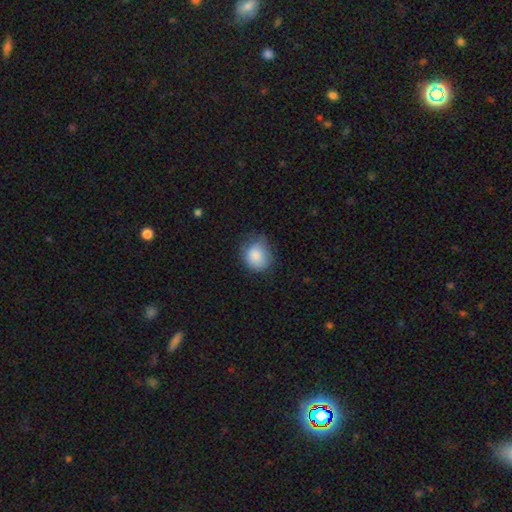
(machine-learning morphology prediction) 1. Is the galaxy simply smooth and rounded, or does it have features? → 85% smooth, 8% star or artifact, 7% featured or disk.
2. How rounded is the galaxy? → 61% round, 38% in between, 1% cigar-shaped.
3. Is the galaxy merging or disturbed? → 53% none, 35% minor disturbance, 10% major disturbance, 2% merger.